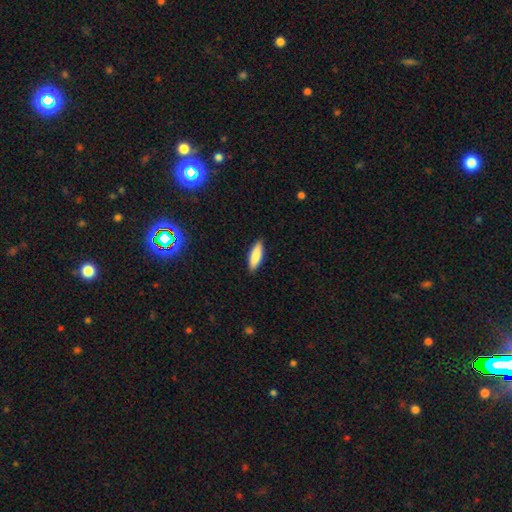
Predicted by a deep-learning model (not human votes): smooth 85%, featured or disk 9%, star or artifact 6%. Down the decision tree: how rounded — in between (52%); merging — none (89%).